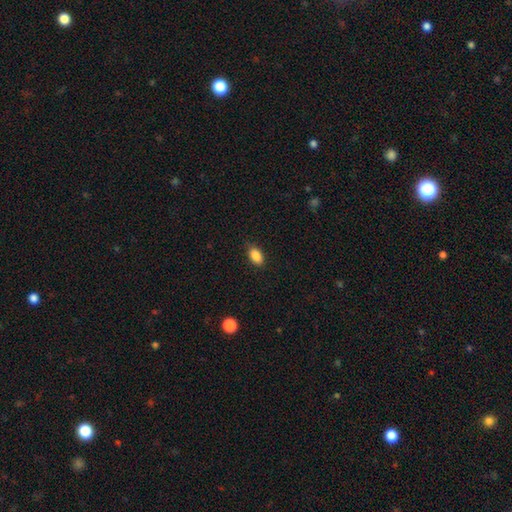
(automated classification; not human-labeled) smooth 88%, star or artifact 8%, featured or disk 4%. Down the decision tree: how rounded — in between (90%); merging — none (84%).